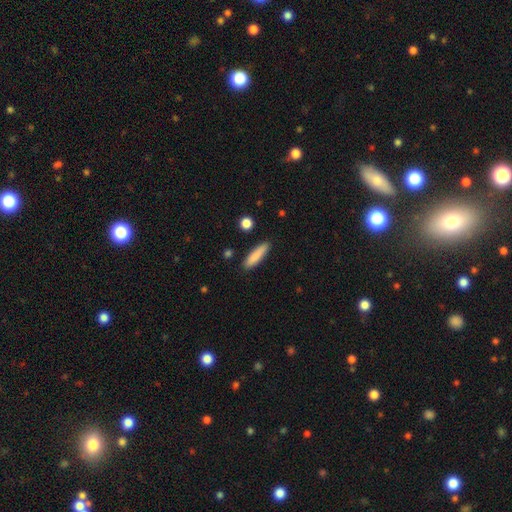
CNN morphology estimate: smooth_or_featured: smooth (p=0.86) [alt: featured or disk p=0.08]
how_rounded: cigar-shaped (p=0.76) [alt: in between p=0.22]
merging: none (p=0.87) [alt: minor disturbance p=0.09]